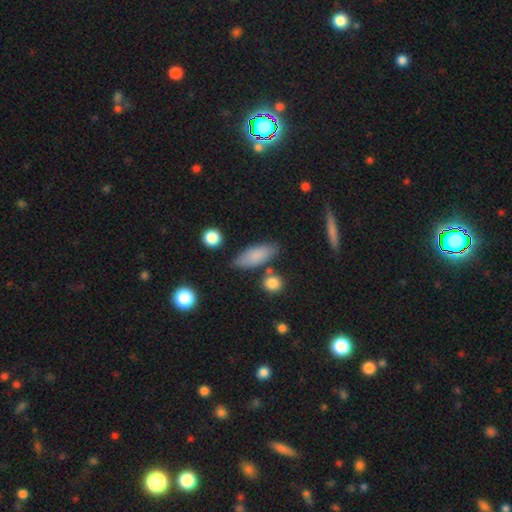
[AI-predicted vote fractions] smooth_or_featured: smooth (p=0.81) [alt: featured or disk p=0.12]
how_rounded: in between (p=0.73) [alt: cigar-shaped p=0.24]
merging: none (p=0.75) [alt: minor disturbance p=0.14]